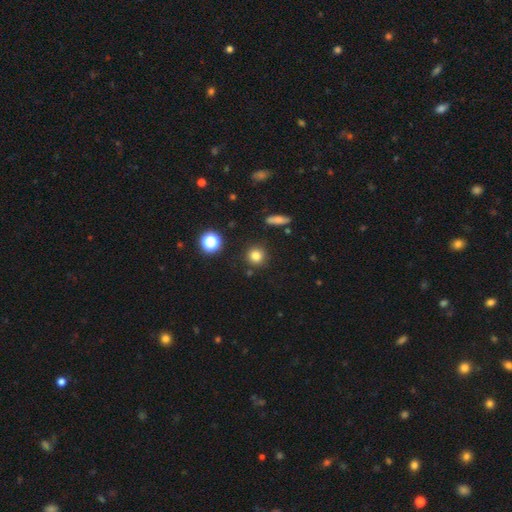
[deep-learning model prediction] This is likely a smooth galaxy (80%). How rounded: clearly round (92%). Merging: clearly none (87%).